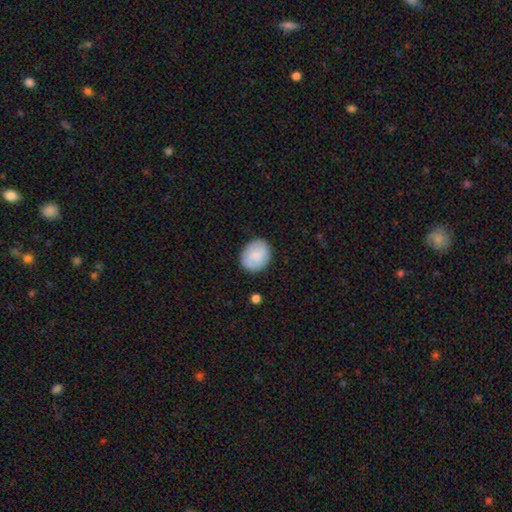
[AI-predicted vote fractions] Smooth or featured? Predicted: smooth (p=0.78). How rounded? Predicted: round (p=0.62). Merging? Predicted: none (p=0.86).